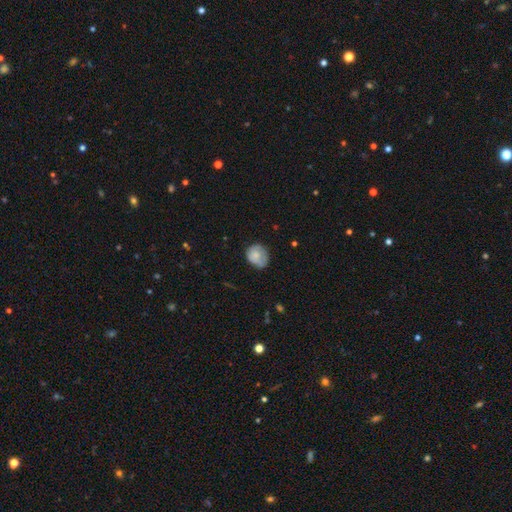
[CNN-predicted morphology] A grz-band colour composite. It shows a smooth galaxy with no disk features (68%) that is round (62%). Merging: none (54%).